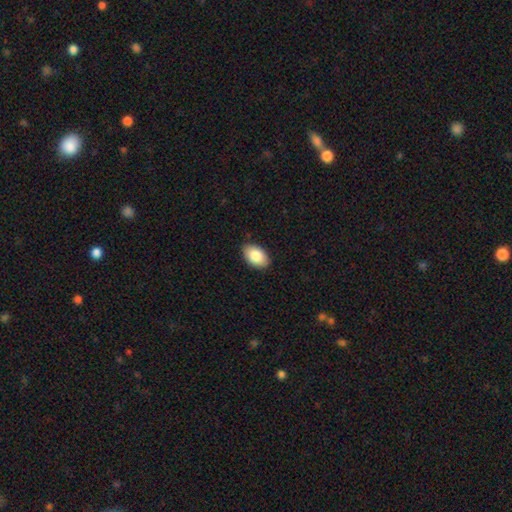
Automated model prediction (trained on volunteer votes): smooth-or-featured: smooth: 85% | featured or disk: 8% | star or artifact: 7%
  how-rounded: in between: 91% | round: 8% | cigar-shaped: 1%
  merging: none: 88% | minor disturbance: 10% | major disturbance: 2% | merger: 1%